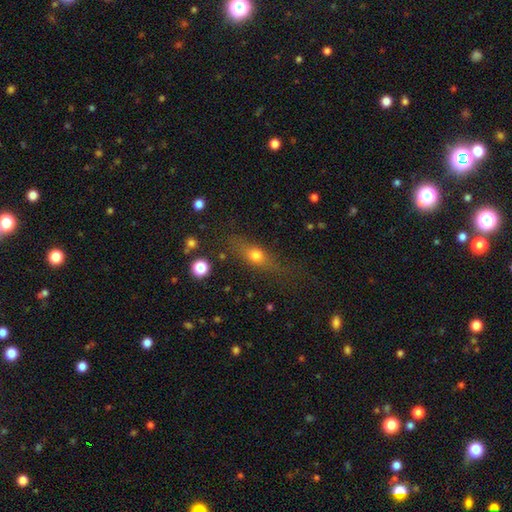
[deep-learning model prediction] The model was most divided on "how rounded": in between: 51%, cigar-shaped: 33%, round: 17%. More confident: smooth or featured — smooth (65%); merging — none (63%).